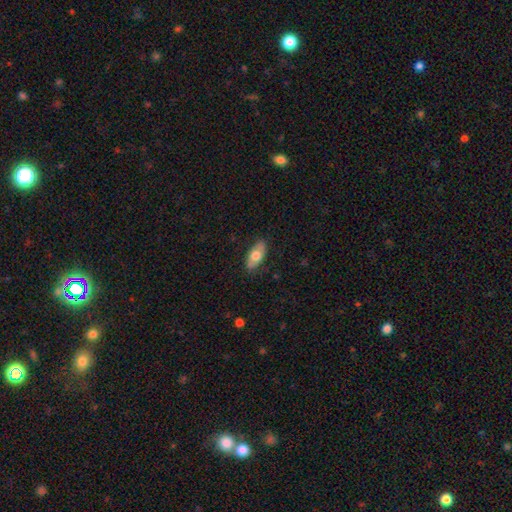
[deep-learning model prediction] Q: Smooth or featured?
A: smooth (69%); runner-up: featured or disk (25%)
Q: How rounded?
A: in between (89%); runner-up: cigar-shaped (8%)
Q: Merging?
A: none (83%); runner-up: minor disturbance (13%)